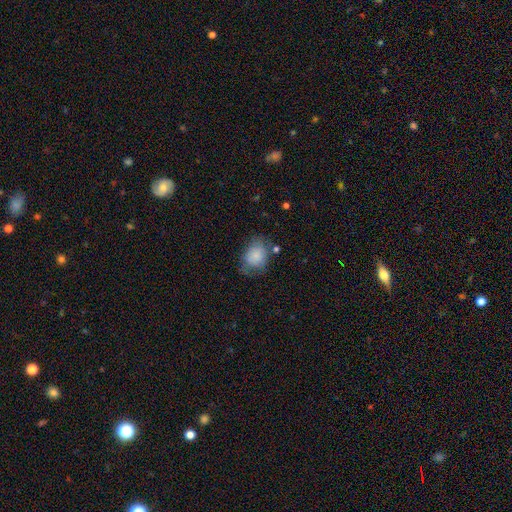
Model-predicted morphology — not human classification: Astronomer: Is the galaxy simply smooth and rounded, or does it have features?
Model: smooth — 81%.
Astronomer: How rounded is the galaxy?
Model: in between — 54% (runner-up: round, 45%).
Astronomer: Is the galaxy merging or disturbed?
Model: none — 56%.